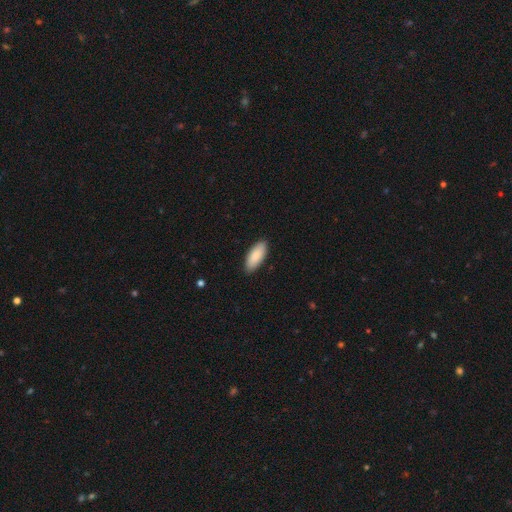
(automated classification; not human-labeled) smooth 89%, featured or disk 6%, star or artifact 5%. Down the decision tree: how rounded — in between (83%); merging — none (89%).